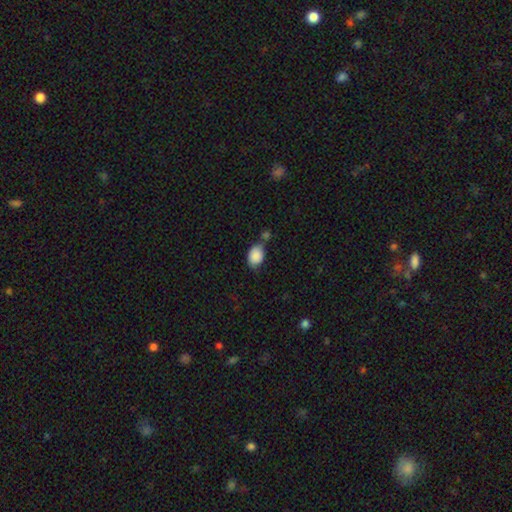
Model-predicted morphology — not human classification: A smooth galaxy with no disk features (88%) that is in between round and cigar-shaped (75%). Merging: none (51%).